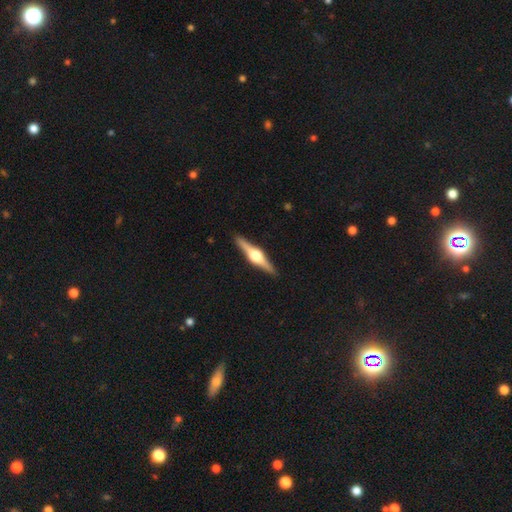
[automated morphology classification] The model was most divided on "smooth or featured": featured or disk: 83%, smooth: 13%, star or artifact: 5%. More confident: edge-on disk — yes (98%); edge-on bulge — rounded (95%); merging — none (92%).